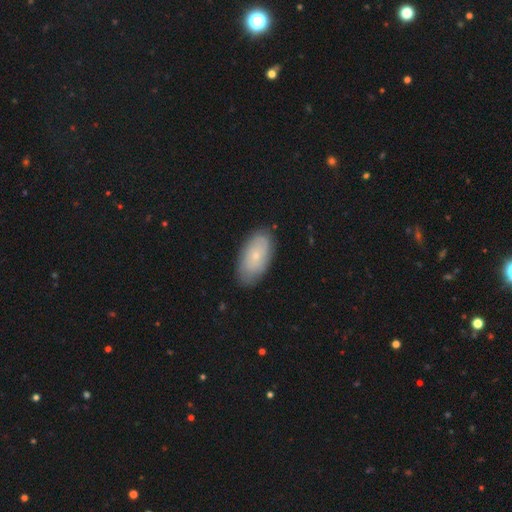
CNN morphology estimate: Smooth or featured? Predicted: smooth (p=0.55). How rounded? Predicted: in between (p=0.93). Merging? Predicted: none (p=0.82).